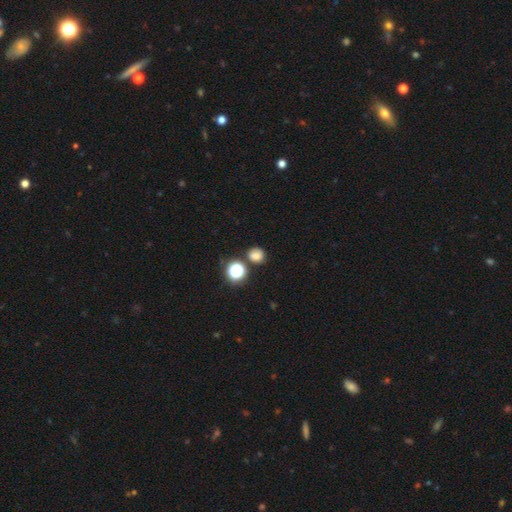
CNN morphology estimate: type=smooth (75%); roundness=round (80%); merging=none (77%).